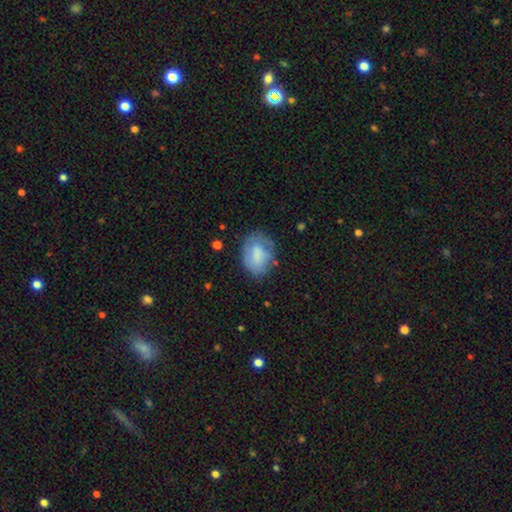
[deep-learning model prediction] This appears to be a smooth galaxy with no disk features (66%) that is in between round and cigar-shaped (75%). Merging: none (63%).